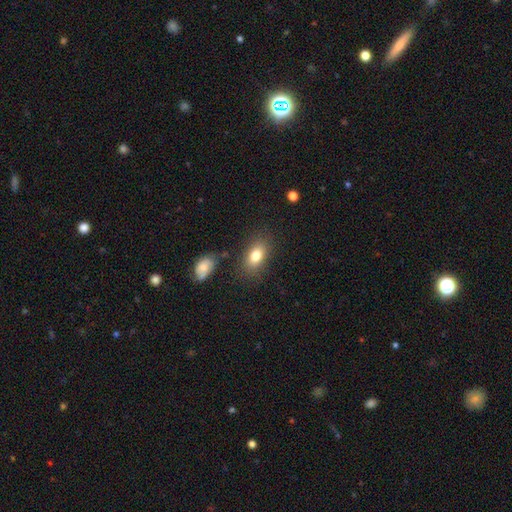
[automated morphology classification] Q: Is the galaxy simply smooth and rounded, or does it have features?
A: smooth — 80%.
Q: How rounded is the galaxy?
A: in between — 85%.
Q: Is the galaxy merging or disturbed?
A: none — 79%.